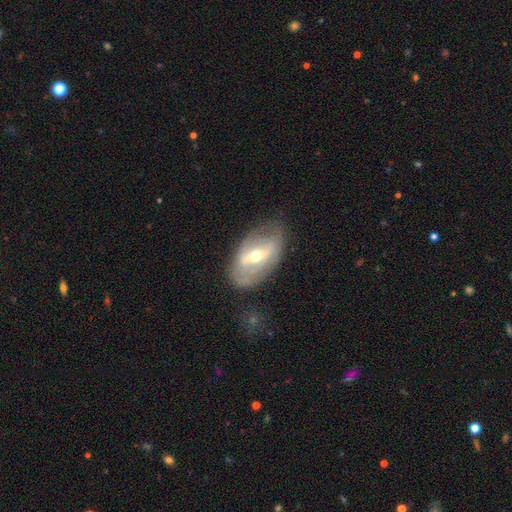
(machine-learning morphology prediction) Overall: featured or disk (71%). Edge-on disk: no (90%). Bar: strong (51%; weak 33%). Spiral arms: no (51%; yes 49%). Bulge size: moderate (58%; small 37%). Merging: none (67%).